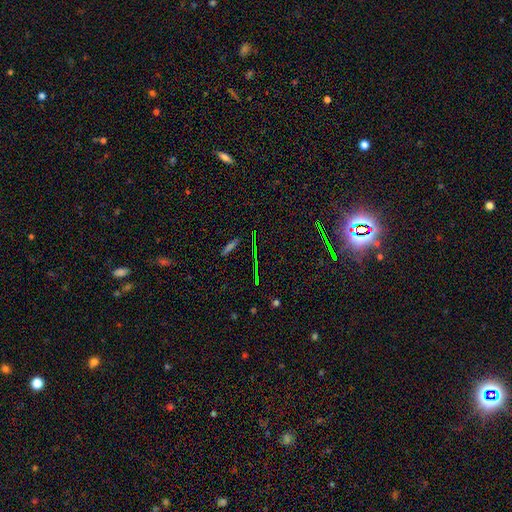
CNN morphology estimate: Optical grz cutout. It shows a star or artifact, not a galaxy (64%).